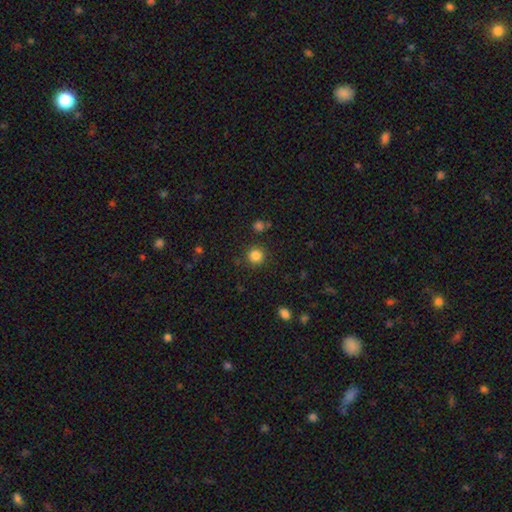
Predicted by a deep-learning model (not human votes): smooth-or-featured: smooth: 84% | star or artifact: 12% | featured or disk: 4%
  how-rounded: round: 94% | in between: 5% | cigar-shaped: 1%
  merging: none: 89% | minor disturbance: 6% | major disturbance: 3% | merger: 2%